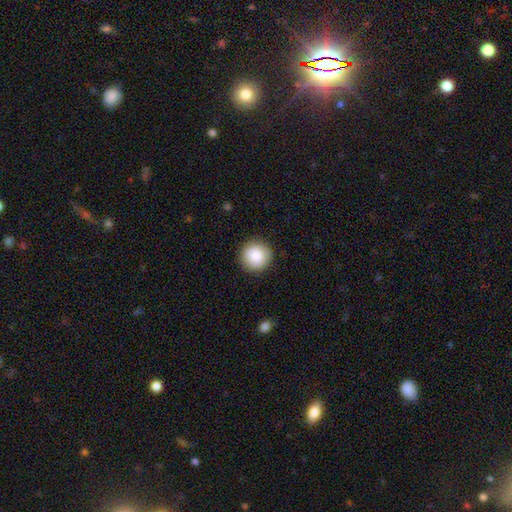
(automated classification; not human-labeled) smooth-or-featured: smooth: 87% | star or artifact: 7% | featured or disk: 6%
  how-rounded: round: 95% | in between: 4% | cigar-shaped: 1%
  merging: none: 91% | minor disturbance: 6% | major disturbance: 2% | merger: 1%